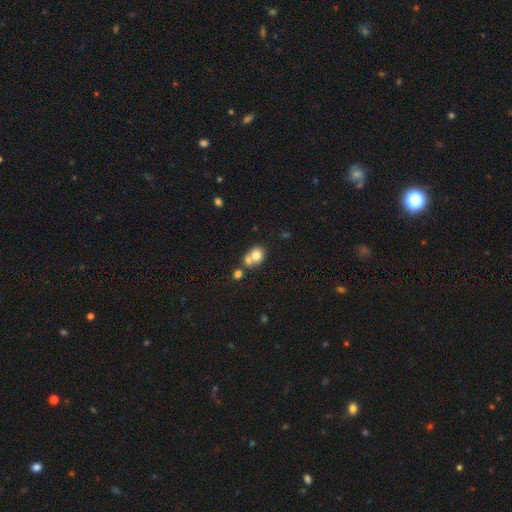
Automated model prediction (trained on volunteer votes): Q: Smooth or featured?
A: smooth (75%); runner-up: featured or disk (15%)
Q: How rounded?
A: round (71%); runner-up: in between (28%)
Q: Merging?
A: merger (52%); runner-up: none (36%)